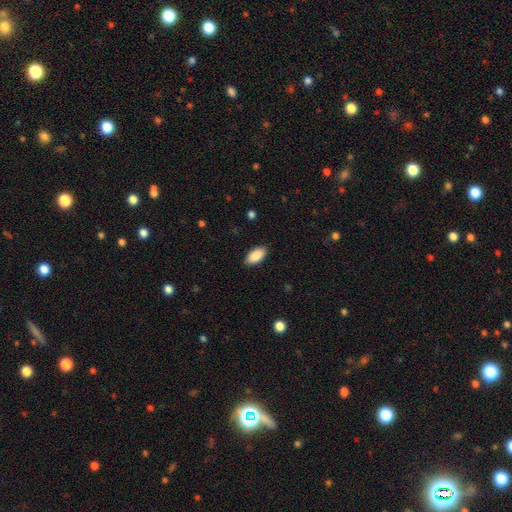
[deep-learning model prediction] A smooth galaxy with no disk features (90%) that is in between round and cigar-shaped (94%). Merging: none (89%).